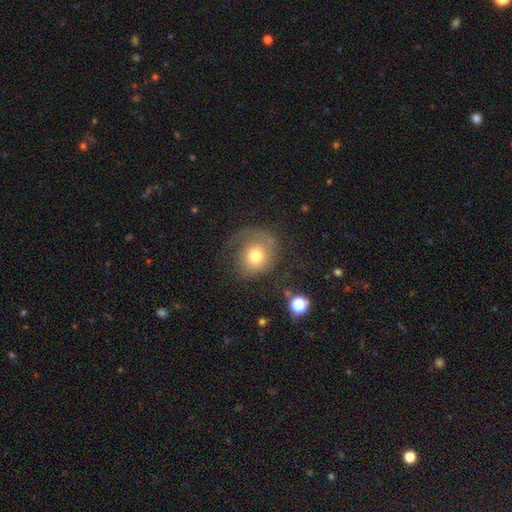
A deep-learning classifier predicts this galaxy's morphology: Smooth or featured?
  - smooth: 51% *
  - featured or disk: 39%
  - star or artifact: 10%
How rounded?
  - round: 76% *
  - in between: 23%
  - cigar-shaped: 1%
Merging?
  - none: 45% *
  - major disturbance: 31%
  - minor disturbance: 21%
  - merger: 3%